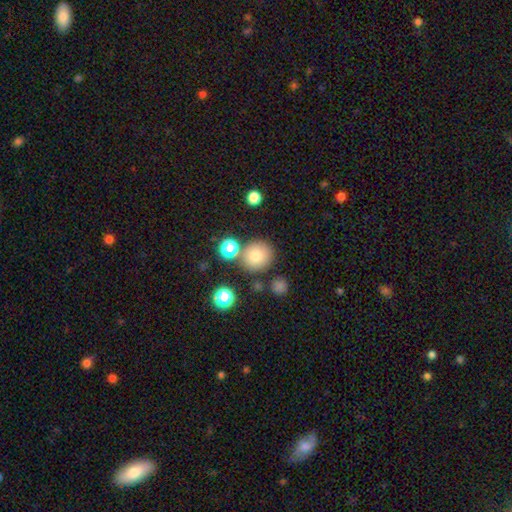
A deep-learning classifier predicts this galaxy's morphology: Smooth or featured? smooth (78%)
How rounded? round (90%)
Merging? none (76%)